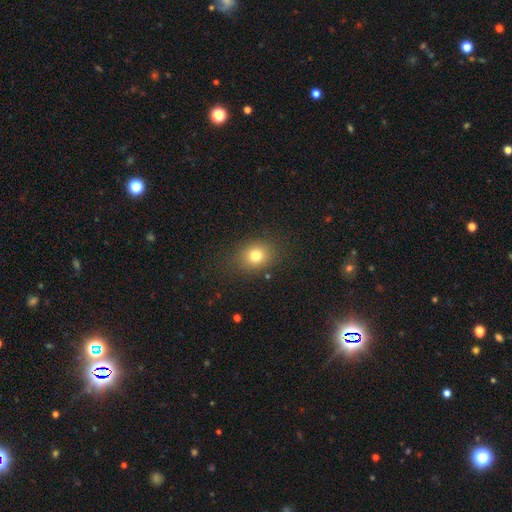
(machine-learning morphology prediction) The model was most divided on "how rounded": round: 58%, in between: 41%, cigar-shaped: 1%. More confident: merging — none (84%); smooth or featured — smooth (78%).